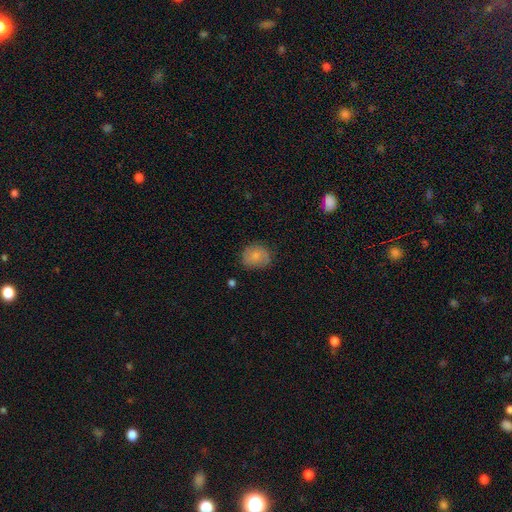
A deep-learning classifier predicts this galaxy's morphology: This appears to be a smooth galaxy with no disk features (76%) that is round (62%). Merging: none (72%).